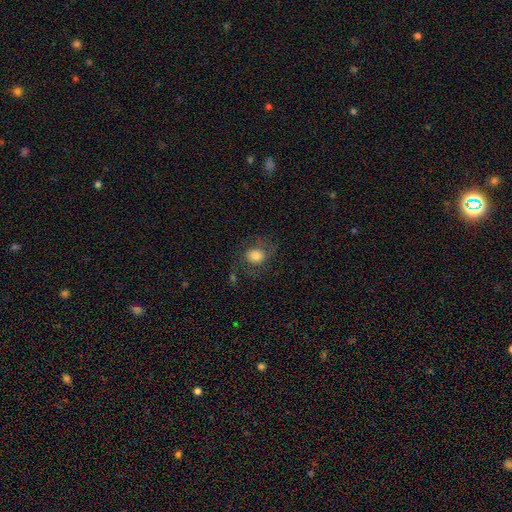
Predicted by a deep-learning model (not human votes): A smooth galaxy with no disk features (68%) that is round (62%).

Vote fractions:
- Smooth or featured? smooth: 68% / featured or disk: 22% / star or artifact: 10%
- How rounded? round: 62% / in between: 37% / cigar-shaped: 1%
- Merging? none: 59% / minor disturbance: 20% / major disturbance: 18% / merger: 3%